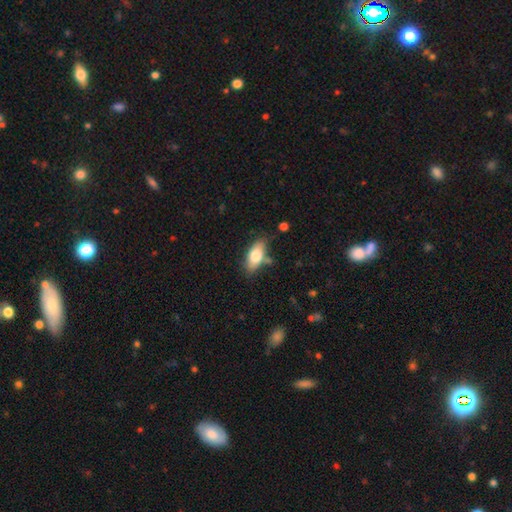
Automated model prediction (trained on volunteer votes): smooth 74%, featured or disk 19%, star or artifact 7%. Down the decision tree: how rounded — in between (83%); merging — none (72%).